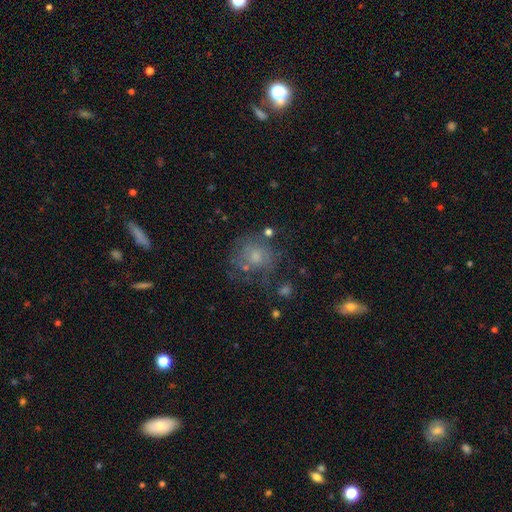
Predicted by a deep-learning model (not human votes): This appears to be a smooth galaxy with no disk features (45%). Merging: none (53%).